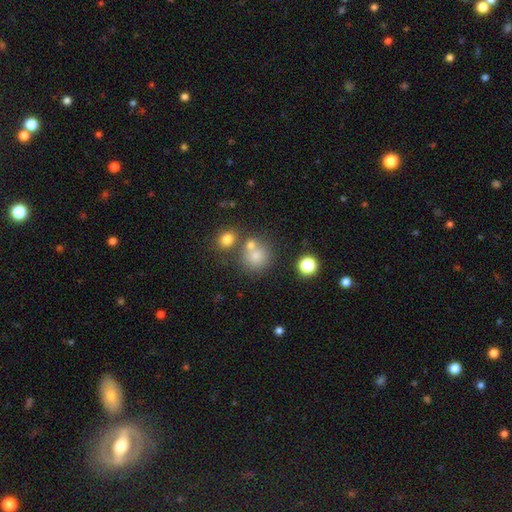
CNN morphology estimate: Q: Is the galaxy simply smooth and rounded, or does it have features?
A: smooth — 76%.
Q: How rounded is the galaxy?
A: round — 87%.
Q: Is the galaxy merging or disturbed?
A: none — 60%.